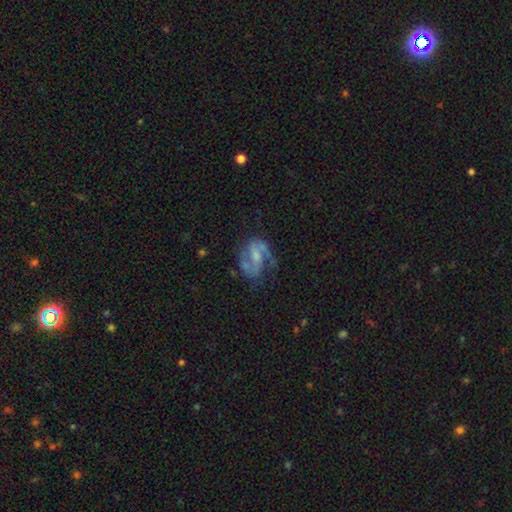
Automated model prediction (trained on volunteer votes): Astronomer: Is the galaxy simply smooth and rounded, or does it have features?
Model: featured or disk — 75%.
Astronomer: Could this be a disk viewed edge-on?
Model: no — 97%.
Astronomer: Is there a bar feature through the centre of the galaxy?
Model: weak — 47% (runner-up: no, 33%).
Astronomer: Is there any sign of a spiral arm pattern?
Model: yes — 88%.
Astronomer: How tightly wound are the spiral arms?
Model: medium — 51% (runner-up: loose, 29%).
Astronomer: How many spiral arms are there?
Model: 2 — 82%.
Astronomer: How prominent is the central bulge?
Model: small — 37% (runner-up: moderate, 36%).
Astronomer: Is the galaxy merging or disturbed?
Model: none — 55%.